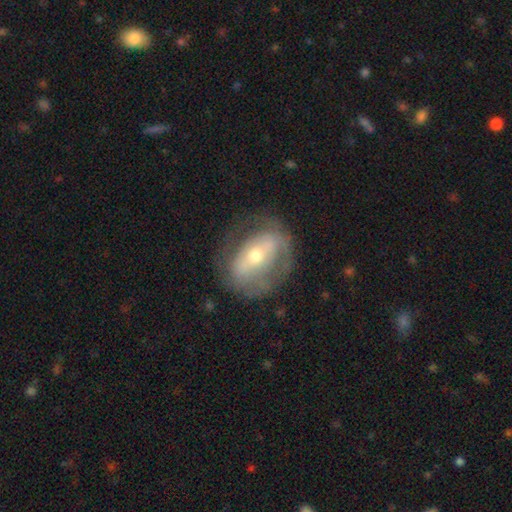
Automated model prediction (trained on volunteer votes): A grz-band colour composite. It shows a featured or disk galaxy (65%) with a strong bar (41%), no spiral arms (51%) and a moderate central bulge (57%). Merging: none (63%).